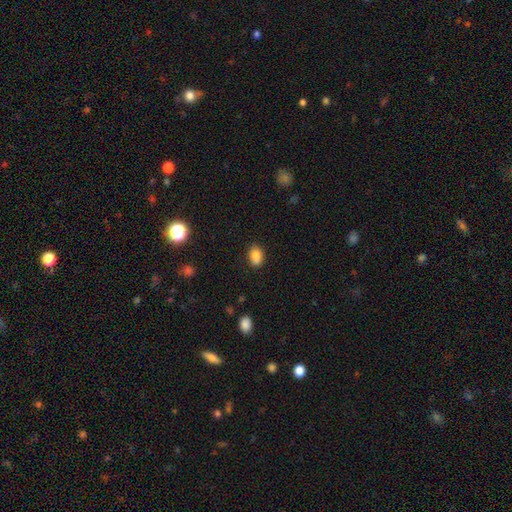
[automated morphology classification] smooth-or-featured: smooth: 82% | star or artifact: 10% | featured or disk: 7%
  how-rounded: in between: 79% | round: 20% | cigar-shaped: 2%
  merging: none: 72% | minor disturbance: 18% | merger: 6% | major disturbance: 4%